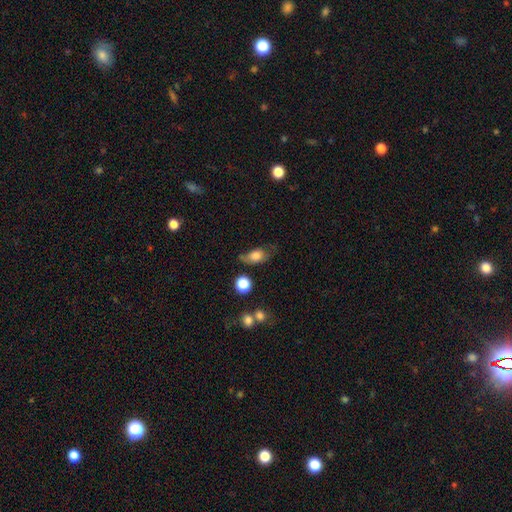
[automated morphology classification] A smooth galaxy with no disk features (74%) that is in between round and cigar-shaped (79%). Merging: none (42%).